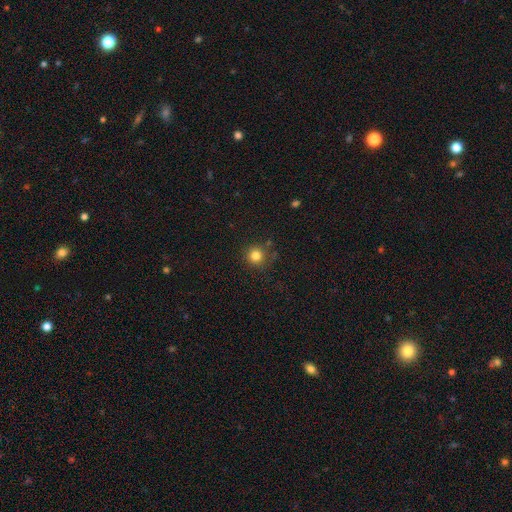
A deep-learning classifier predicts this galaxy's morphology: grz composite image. It shows a smooth galaxy with no disk features (81%) that is round (94%). Merging: none (83%).